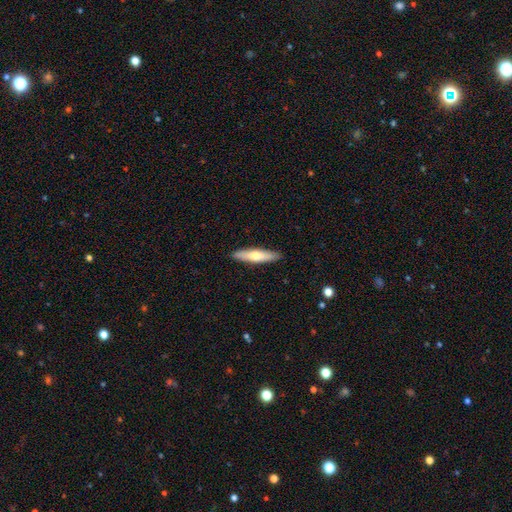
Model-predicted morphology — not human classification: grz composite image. It shows a smooth galaxy with no disk features (59%) that is cigar-shaped (80%). Merging: none (90%).